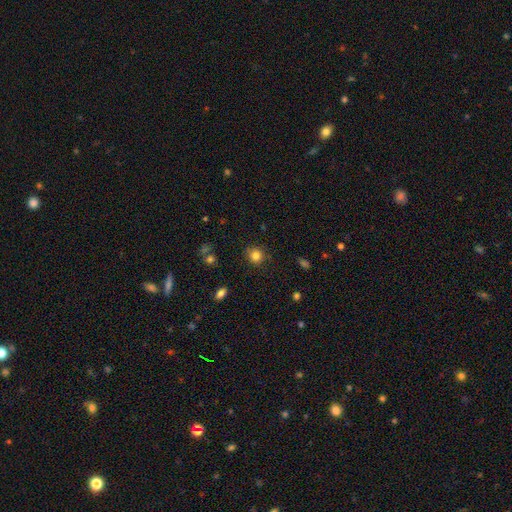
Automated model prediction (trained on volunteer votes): Q: Smooth or featured?
A: smooth (83%); runner-up: star or artifact (12%)
Q: How rounded?
A: round (86%); runner-up: in between (13%)
Q: Merging?
A: none (86%); runner-up: minor disturbance (10%)